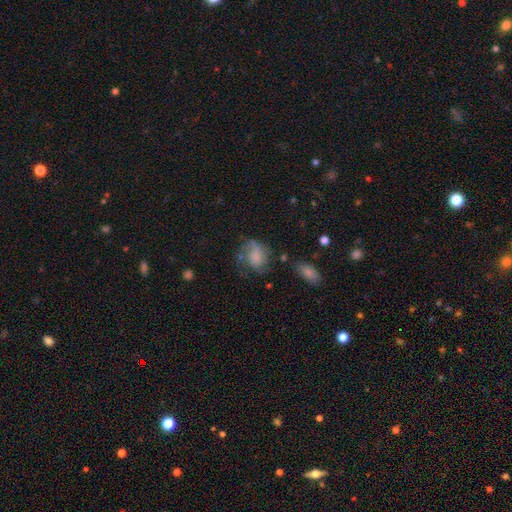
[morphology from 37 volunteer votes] smooth 62%, featured or disk 32%, star or artifact 5%. Down the decision tree: how rounded — in between (57%); merging — none (51%).